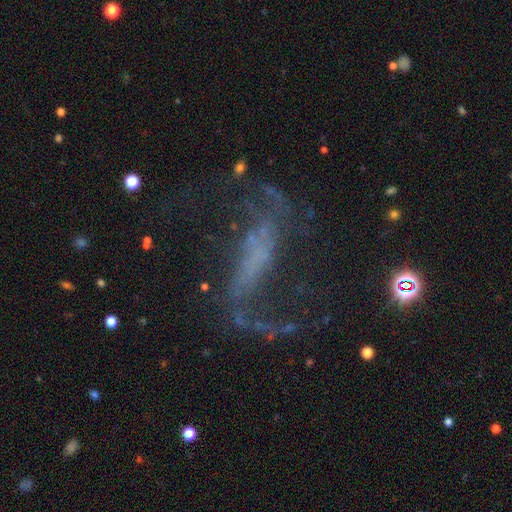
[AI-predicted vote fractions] Morphology: type=featured or disk (77%); edge-on=no (91%); bar=strong (45%); spiral arms=yes (87%); winding=loose (74%); arm count=2 (82%); bulge=none (66%); merging=none (54%).